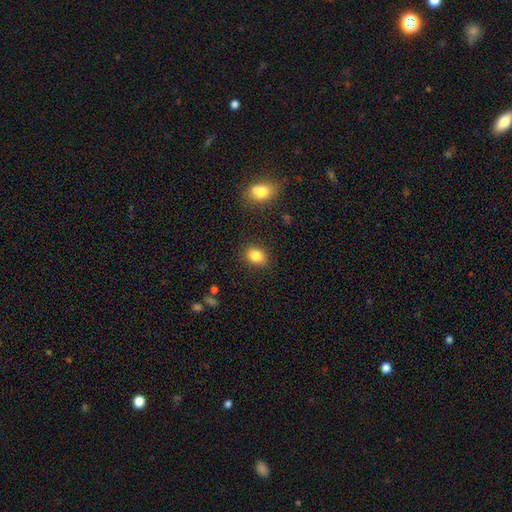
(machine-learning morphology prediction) Smooth or featured?
  - smooth: 84% *
  - star or artifact: 10%
  - featured or disk: 6%
How rounded?
  - in between: 58% *
  - round: 41%
  - cigar-shaped: 1%
Merging?
  - none: 84% *
  - minor disturbance: 12%
  - major disturbance: 3%
  - merger: 2%